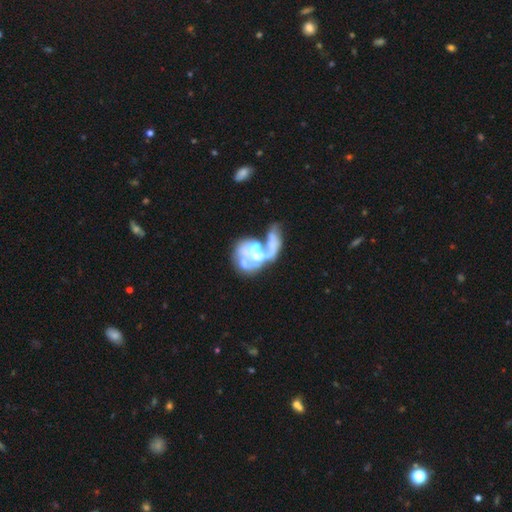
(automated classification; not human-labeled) featured or disk 75%, smooth 15%, star or artifact 9%. Down the decision tree: edge-on disk — no (98%); bar — no (72%); spiral arms — yes (50%, tied with no); bulge size — moderate (53%); merging — merger (48%).